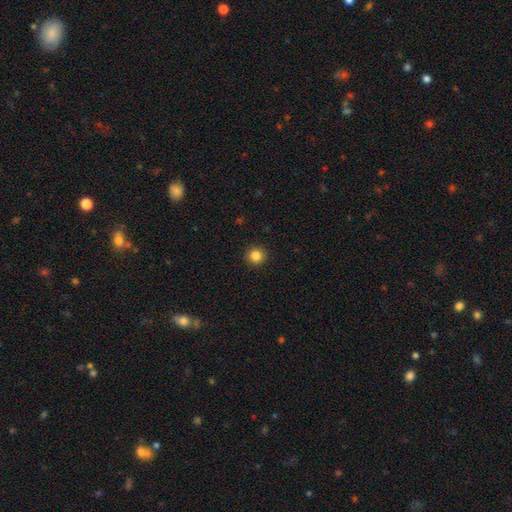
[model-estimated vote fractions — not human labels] smooth_or_featured: smooth (p=0.85) [alt: star or artifact p=0.11]
how_rounded: round (p=0.95) [alt: in between p=0.04]
merging: none (p=0.93) [alt: minor disturbance p=0.05]